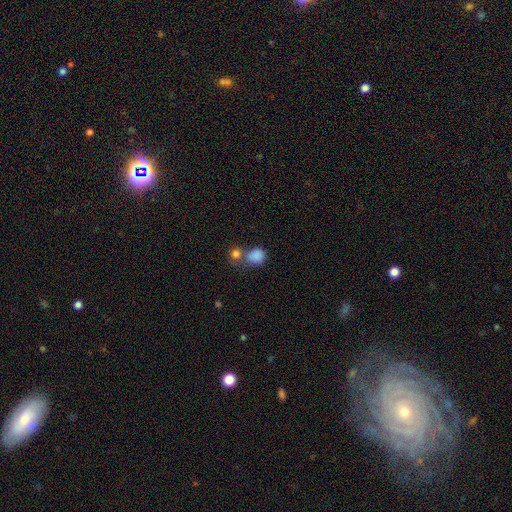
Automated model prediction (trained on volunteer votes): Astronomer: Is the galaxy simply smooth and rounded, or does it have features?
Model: smooth — 83%.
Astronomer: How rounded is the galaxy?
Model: round — 64%.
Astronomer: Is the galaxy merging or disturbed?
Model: none — 40% (runner-up: merger, 39%).